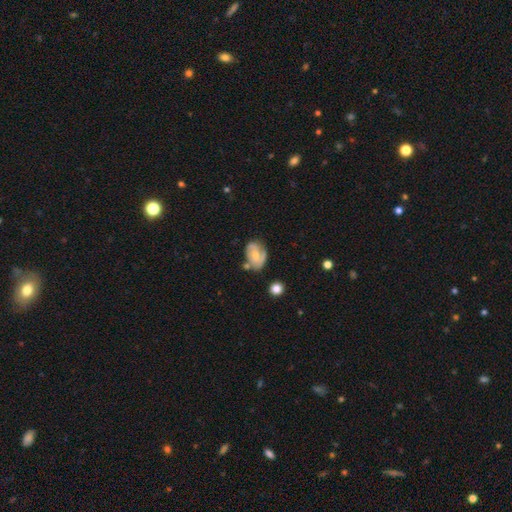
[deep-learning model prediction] Morphology: type=featured or disk (60%); edge-on=no (96%); bar=no (56%); spiral arms=yes (79%); bulge=small (48%); merging=none (53%).